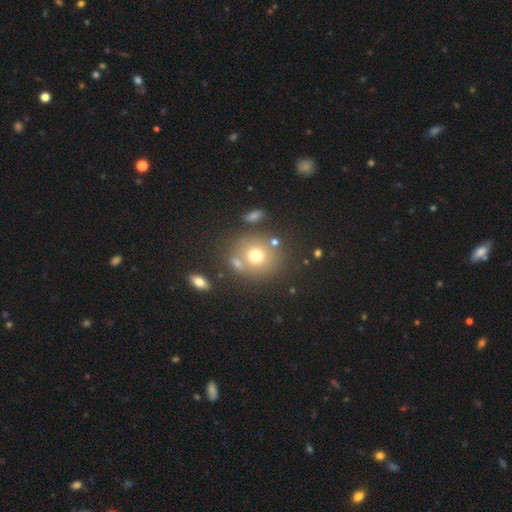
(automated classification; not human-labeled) Smooth or featured? Predicted: smooth (p=0.69). How rounded? Predicted: round (p=0.83). Merging? Predicted: none (p=0.68).